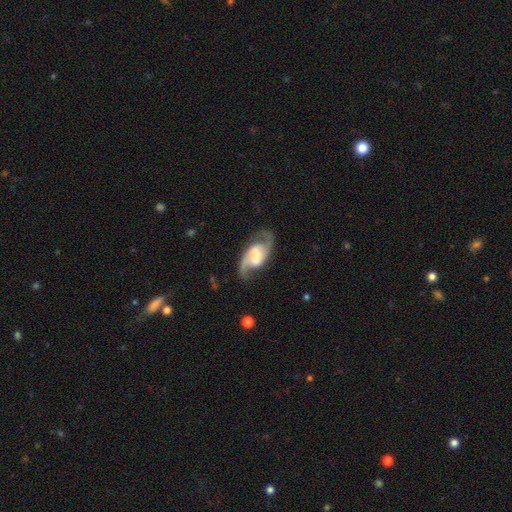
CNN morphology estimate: type=featured or disk (88%); edge-on=no (97%); bar=weak (45%); spiral arms=yes (97%); winding=medium (52%); arm count=2 (93%); bulge=moderate (34%); merging=none (78%).